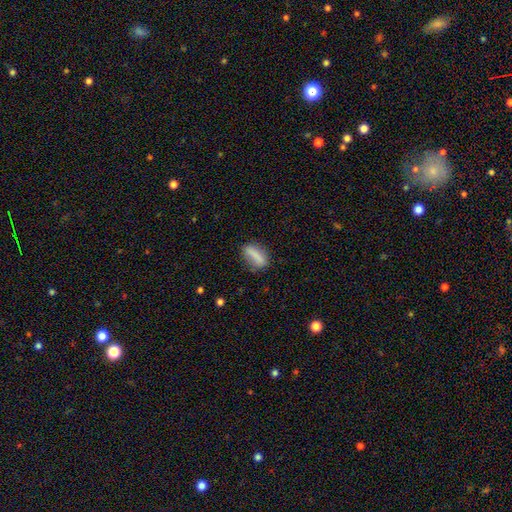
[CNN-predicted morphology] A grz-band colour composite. It shows a smooth galaxy with no disk features (77%) that is in between round and cigar-shaped (61%). Merging: none (72%).